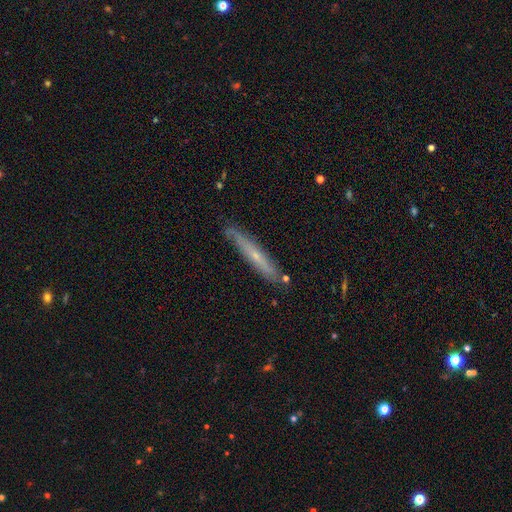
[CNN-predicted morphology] A featured or disk galaxy (54%) viewed edge-on (84%). Merging: none (78%).